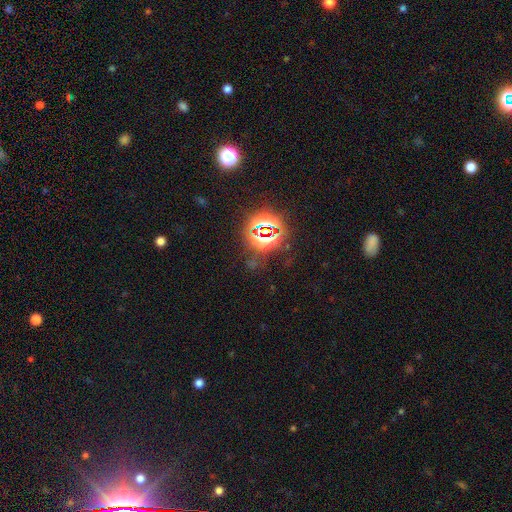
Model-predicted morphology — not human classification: Smooth or featured? star or artifact (81%)